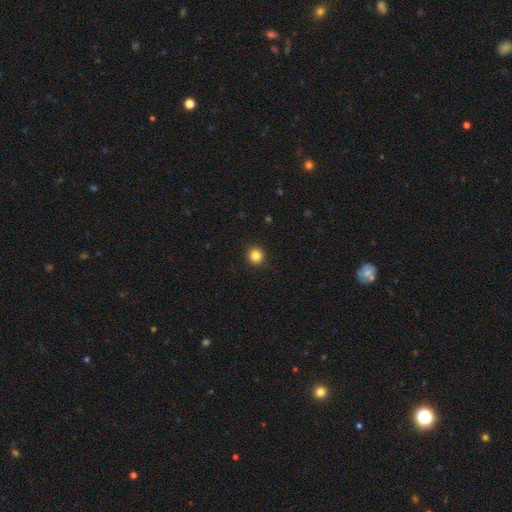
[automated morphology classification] Smooth or featured?
  - smooth: 84% *
  - star or artifact: 11%
  - featured or disk: 4%
How rounded?
  - round: 91% *
  - in between: 8%
  - cigar-shaped: 1%
Merging?
  - none: 91% *
  - minor disturbance: 6%
  - major disturbance: 2%
  - merger: 1%